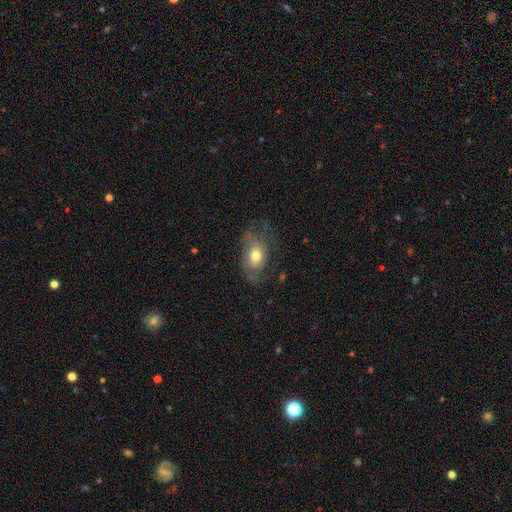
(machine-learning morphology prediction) The model was most divided on "smooth or featured": smooth: 52%, featured or disk: 40%, star or artifact: 8%. Remaining: how rounded — in between (84%); merging — none (49%).